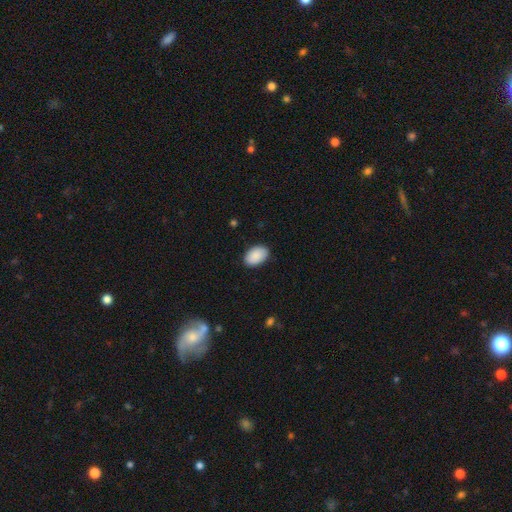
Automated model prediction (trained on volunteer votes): The model was most divided on "merging": none: 87%, minor disturbance: 10%, major disturbance: 2%, merger: 1%. More confident: smooth or featured — smooth (91%); how rounded — in between (90%).